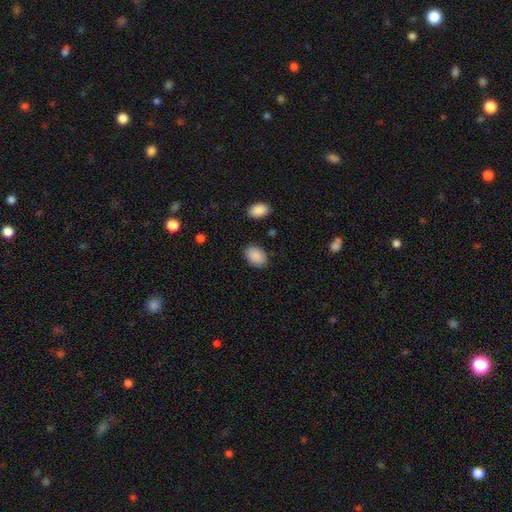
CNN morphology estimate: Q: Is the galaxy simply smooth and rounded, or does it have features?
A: smooth — 90%.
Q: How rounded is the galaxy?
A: in between — 85%.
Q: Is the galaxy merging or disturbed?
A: none — 86%.